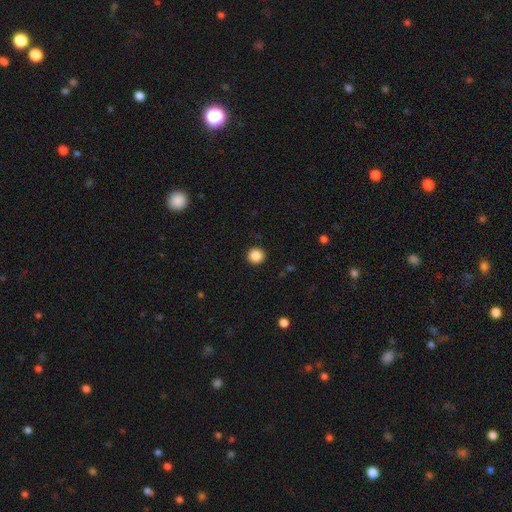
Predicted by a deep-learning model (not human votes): Morphology: type=smooth (87%); roundness=round (94%); merging=none (92%).